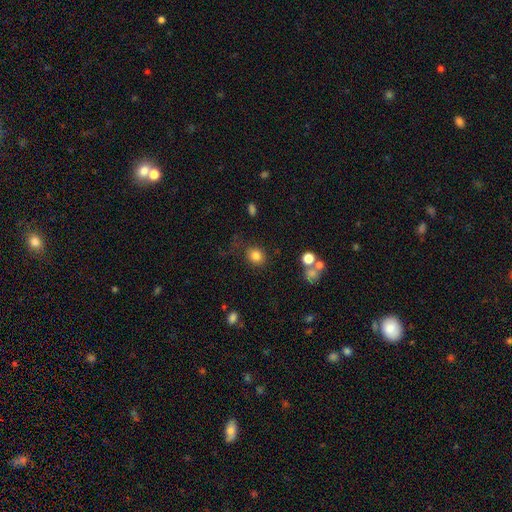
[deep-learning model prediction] Q: Smooth or featured?
A: smooth (82%); runner-up: star or artifact (12%)
Q: How rounded?
A: round (74%); runner-up: in between (25%)
Q: Merging?
A: none (79%); runner-up: minor disturbance (12%)